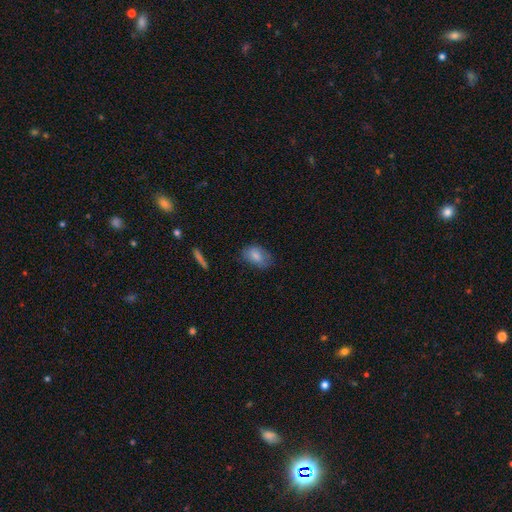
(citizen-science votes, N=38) Morphology: type=smooth (84%); roundness=in between (88%); merging=none (75%).